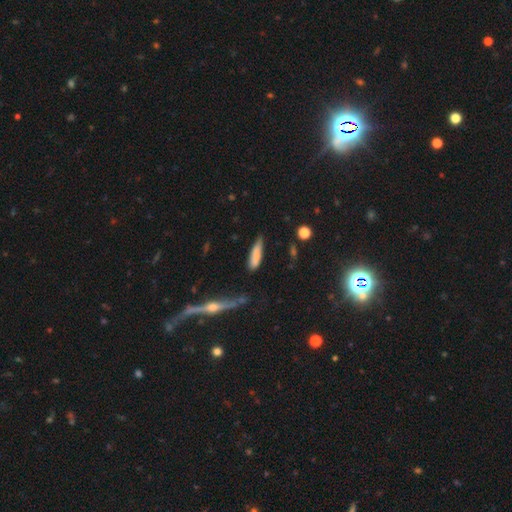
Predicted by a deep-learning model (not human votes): Smooth or featured? Predicted: smooth (p=0.78). How rounded? Predicted: cigar-shaped (p=0.70). Merging? Predicted: none (p=0.60).